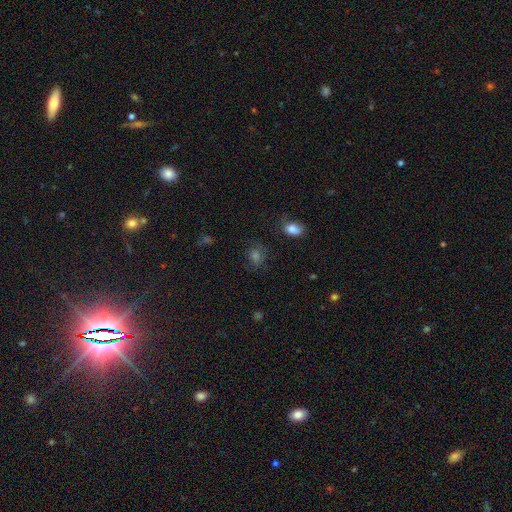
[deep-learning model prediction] A smooth galaxy with no disk features (56%) that is round (58%). Merging: none (75%).